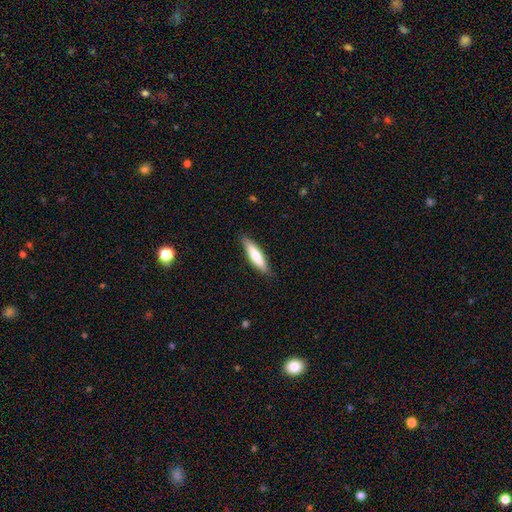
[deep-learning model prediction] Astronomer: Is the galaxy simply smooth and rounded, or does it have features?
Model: smooth — 72%.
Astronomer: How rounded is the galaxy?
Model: cigar-shaped — 76%.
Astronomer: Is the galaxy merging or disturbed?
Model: none — 86%.